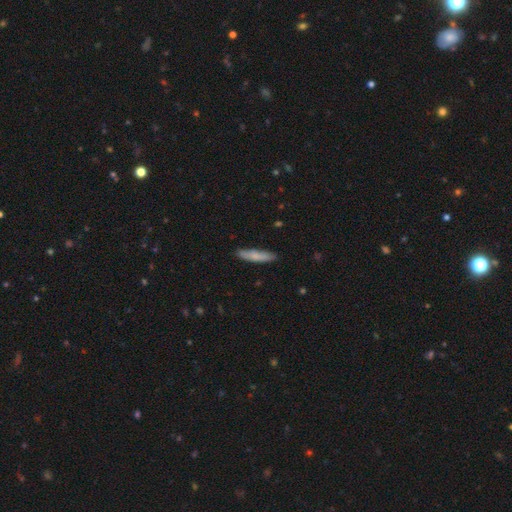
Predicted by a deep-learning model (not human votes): Overall: smooth (77%). How rounded: cigar-shaped (85%). Merging: none (83%).